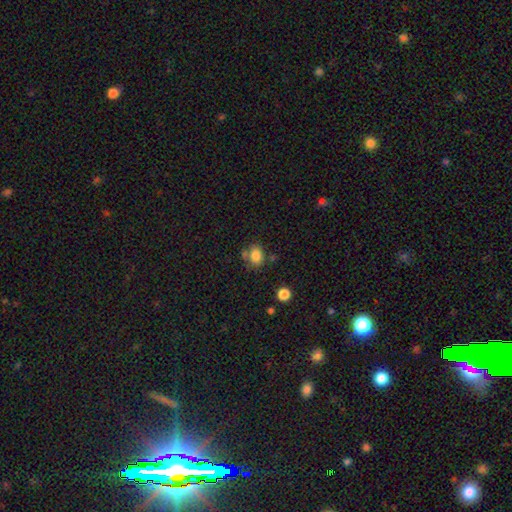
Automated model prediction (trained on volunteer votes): Morphology: type=smooth (81%); roundness=in between (50%); merging=none (64%).